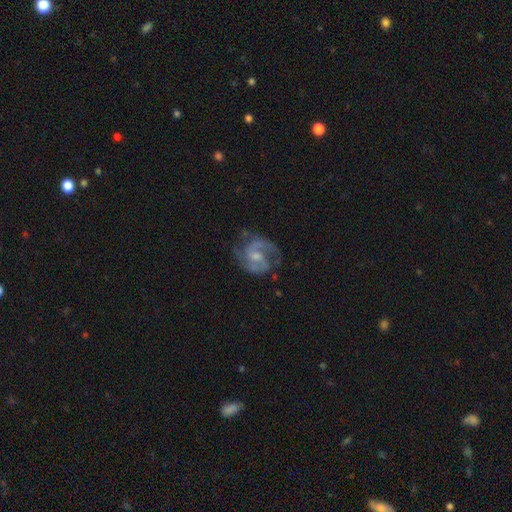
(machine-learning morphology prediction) Smooth or featured? Predicted: featured or disk (p=0.83). Edge-on disk? Predicted: no (p=0.98). Bar? Predicted: weak (p=0.46). Spiral arms? Predicted: yes (p=0.94). Spiral winding? Predicted: medium (p=0.54). Spiral arm count? Predicted: 2 (p=0.69). Bulge size? Predicted: small (p=0.50). Merging? Predicted: none (p=0.63).